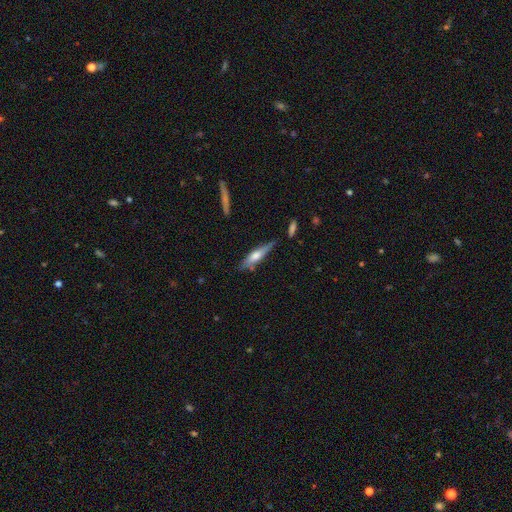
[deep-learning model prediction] This is possibly a smooth galaxy (49%). Merging: likely none (66%).